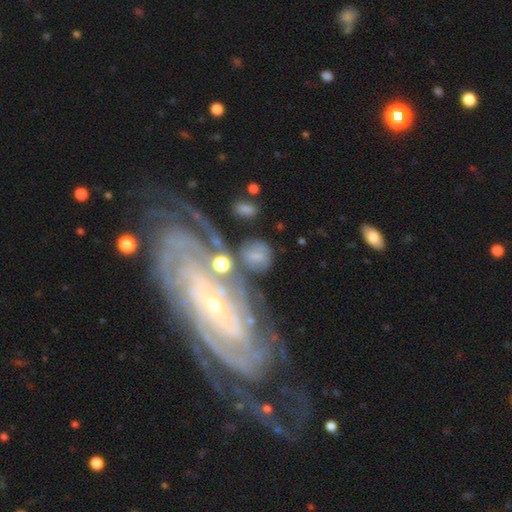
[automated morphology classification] smooth 57%, featured or disk 33%, star or artifact 10%. Down the decision tree: how rounded — round (72%); merging — none (65%).